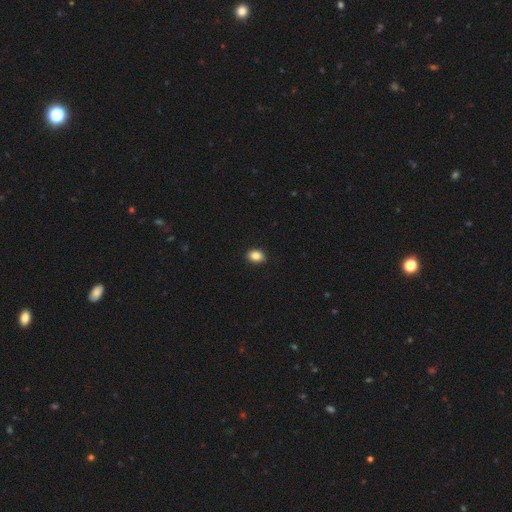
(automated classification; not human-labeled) Smooth or featured? Predicted: smooth (p=0.87). How rounded? Predicted: in between (p=0.71). Merging? Predicted: none (p=0.89).